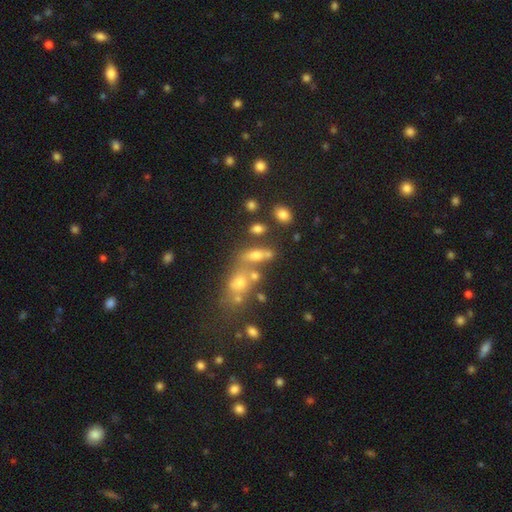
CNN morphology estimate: type=smooth (48%); merging=none (47%).